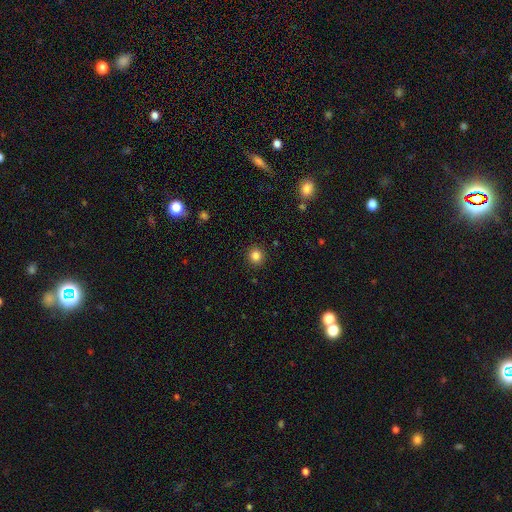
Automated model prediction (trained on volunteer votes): Smooth or featured? Predicted: smooth (p=0.84). How rounded? Predicted: round (p=0.91). Merging? Predicted: none (p=0.92).